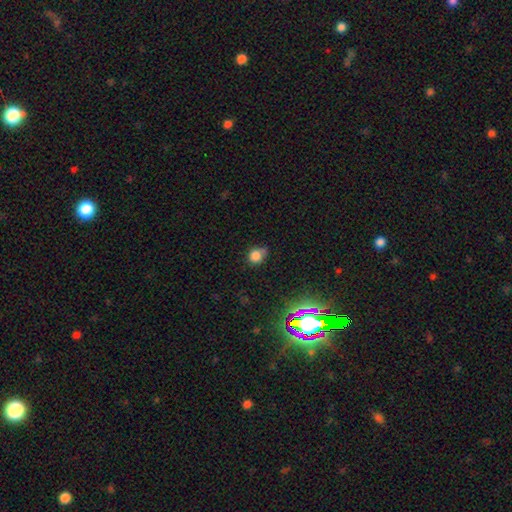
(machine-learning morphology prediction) Smooth or featured? smooth (78%)
How rounded? round (70%)
Merging? none (54%)